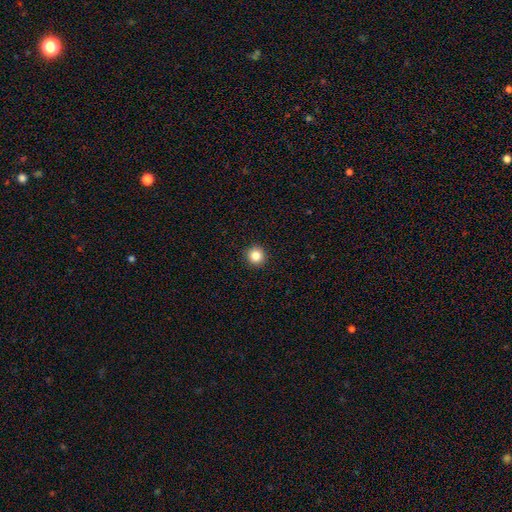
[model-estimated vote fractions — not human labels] A smooth galaxy with no disk features (84%) that is round (95%). Merging: none (94%).